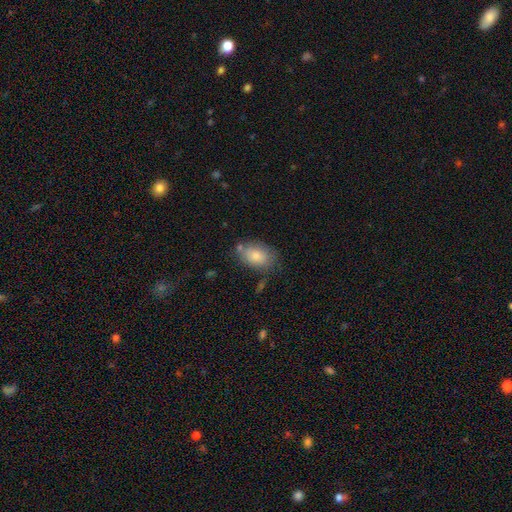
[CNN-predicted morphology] The model was most divided on "merging": none: 67%, minor disturbance: 20%, merger: 7%, major disturbance: 5%. More confident: how rounded — in between (85%); smooth or featured — smooth (82%).